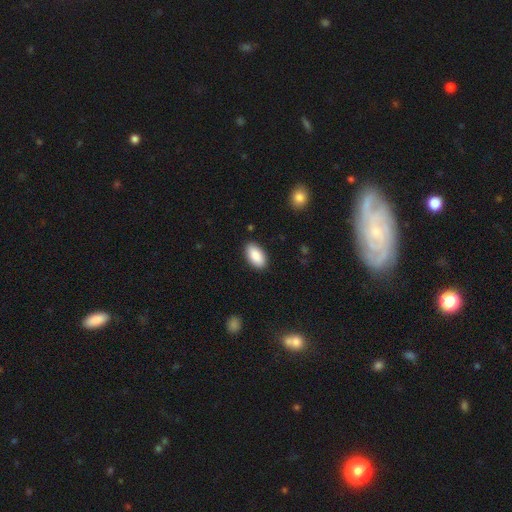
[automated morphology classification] A smooth galaxy with no disk features (89%) that is in between round and cigar-shaped (95%). Merging: none (88%).